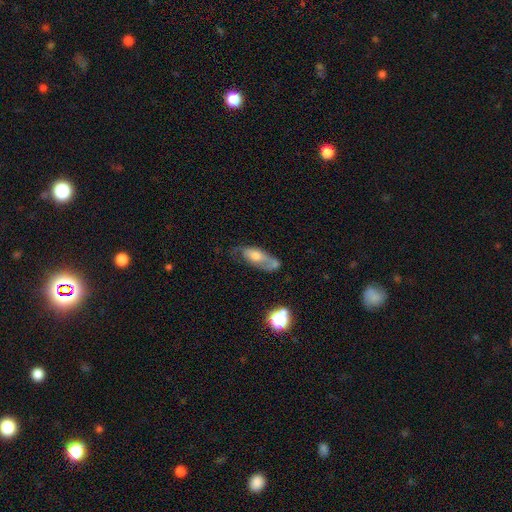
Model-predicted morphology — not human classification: This appears to be a smooth galaxy with no disk features (48%). Merging: none (36%).